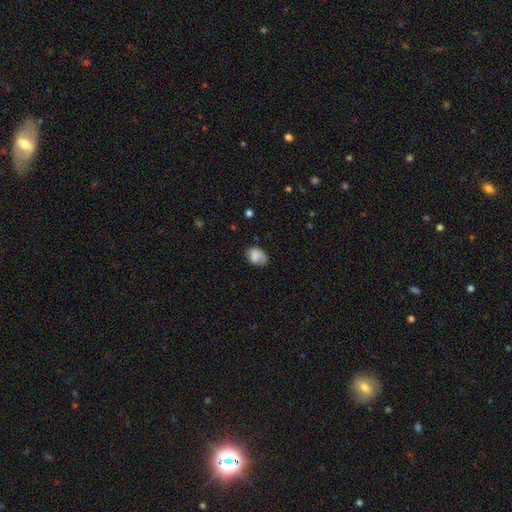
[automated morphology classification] This is likely a smooth galaxy (76%). How rounded: likely in between (69%). Merging: possibly none (50%).